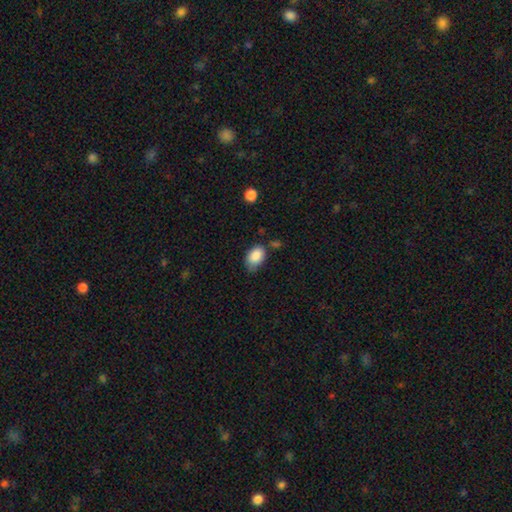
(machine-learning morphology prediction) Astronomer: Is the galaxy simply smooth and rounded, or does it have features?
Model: smooth — 87%.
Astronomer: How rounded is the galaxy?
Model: in between — 88%.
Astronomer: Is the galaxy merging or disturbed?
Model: none — 55% (runner-up: minor disturbance, 33%).